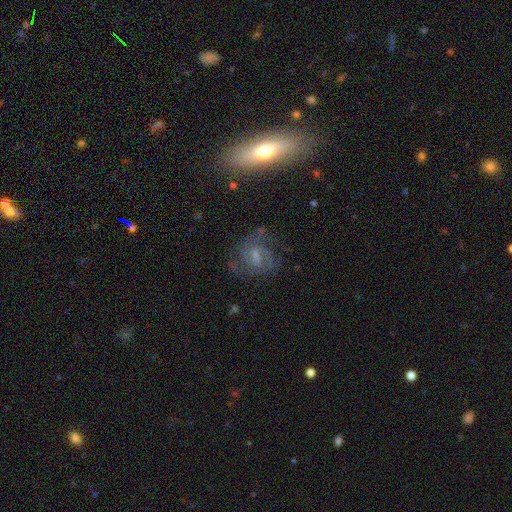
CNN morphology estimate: A featured or disk galaxy (75%) with a weak bar (55%), 2 (60%) medium (49%) spiral arms (91%) and no central bulge (33%). Merging: none (65%).